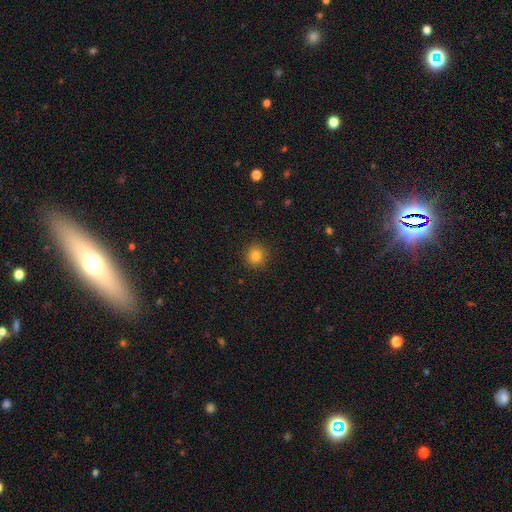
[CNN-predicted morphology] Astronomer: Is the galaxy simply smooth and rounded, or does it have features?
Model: smooth — 82%.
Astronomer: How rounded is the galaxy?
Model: round — 92%.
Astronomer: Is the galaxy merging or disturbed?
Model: none — 92%.